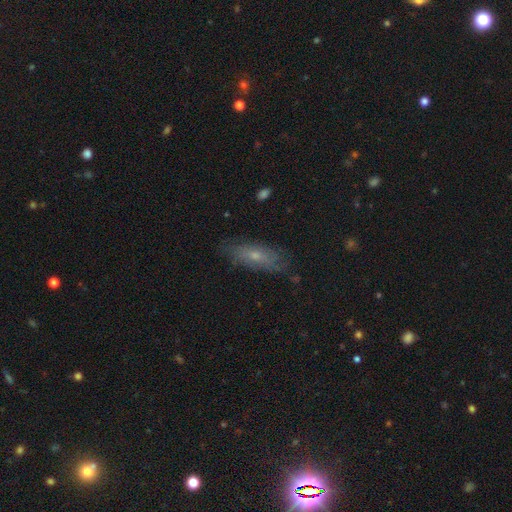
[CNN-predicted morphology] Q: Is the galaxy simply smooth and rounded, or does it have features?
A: smooth — 50%.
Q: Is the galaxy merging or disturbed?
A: none — 75%.